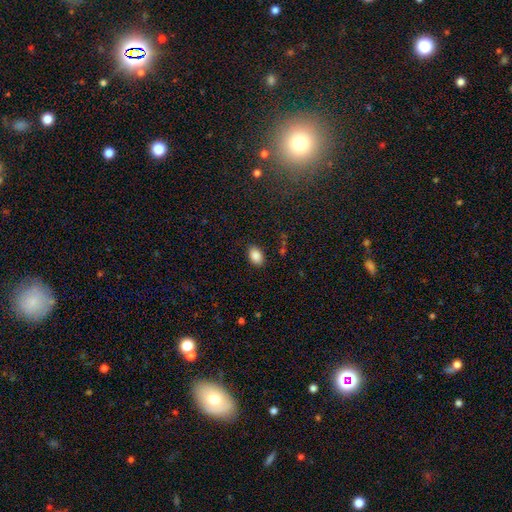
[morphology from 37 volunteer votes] Smooth or featured?
  - smooth: 89% *
  - star or artifact: 8%
  - featured or disk: 3%
How rounded?
  - in between: 82% *
  - round: 18%
  - cigar-shaped: 0%
Merging?
  - none: 91% *
  - minor disturbance: 3%
  - major disturbance: 3%
  - merger: 3%